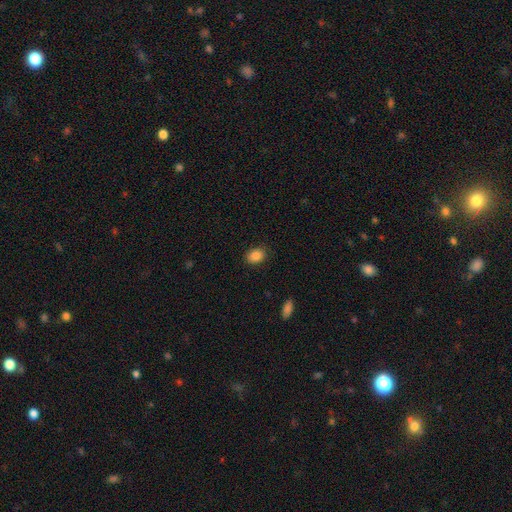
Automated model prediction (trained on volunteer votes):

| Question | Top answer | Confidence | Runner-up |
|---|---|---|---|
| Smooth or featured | smooth | 87% | star or artifact (9%) |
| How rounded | in between | 67% | round (32%) |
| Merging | none | 87% | minor disturbance (9%) |